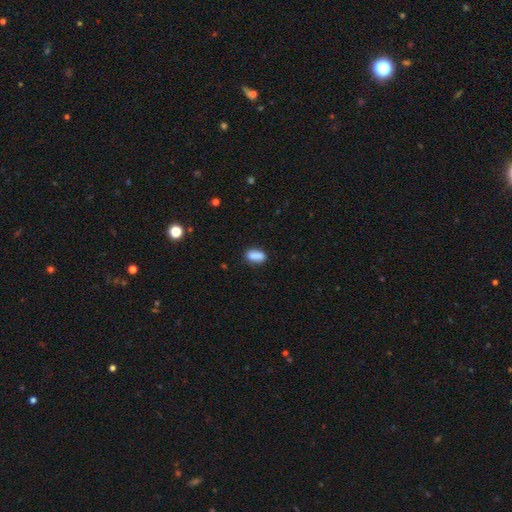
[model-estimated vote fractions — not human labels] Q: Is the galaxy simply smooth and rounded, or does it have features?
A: smooth — 86%.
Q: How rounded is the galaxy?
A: in between — 83%.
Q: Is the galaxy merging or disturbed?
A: none — 79%.